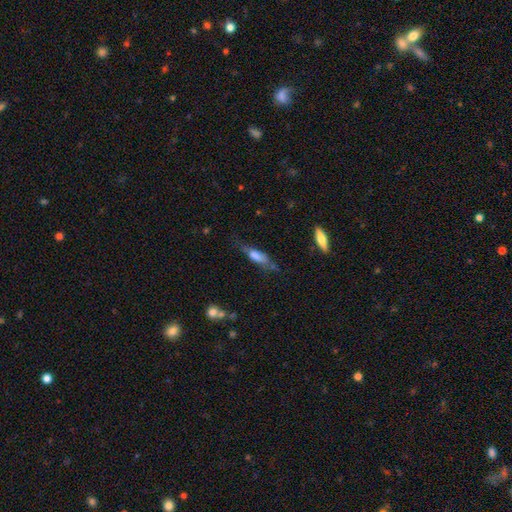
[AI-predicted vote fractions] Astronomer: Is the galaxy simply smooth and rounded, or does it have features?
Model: smooth — 60%.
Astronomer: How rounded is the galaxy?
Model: cigar-shaped — 59% (runner-up: in between, 39%).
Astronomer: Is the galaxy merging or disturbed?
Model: none — 51% (runner-up: minor disturbance, 29%).